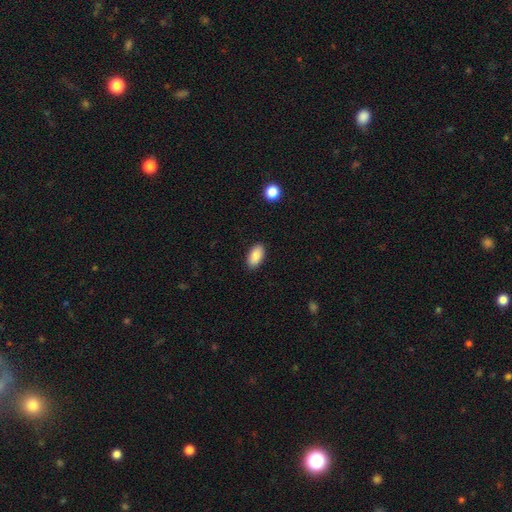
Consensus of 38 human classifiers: smooth-or-featured: smooth: 84% | featured or disk: 13% | star or artifact: 3%
  how-rounded: in between: 94% | cigar-shaped: 6% | round: 0%
  merging: none: 84% | minor disturbance: 11% | major disturbance: 5% | merger: 0%